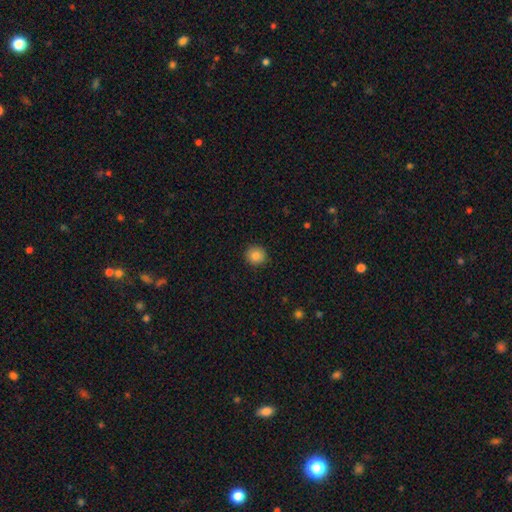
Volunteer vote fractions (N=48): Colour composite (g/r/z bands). It shows a smooth galaxy with no disk features (94%) that is round (96%). Merging: none (57%).